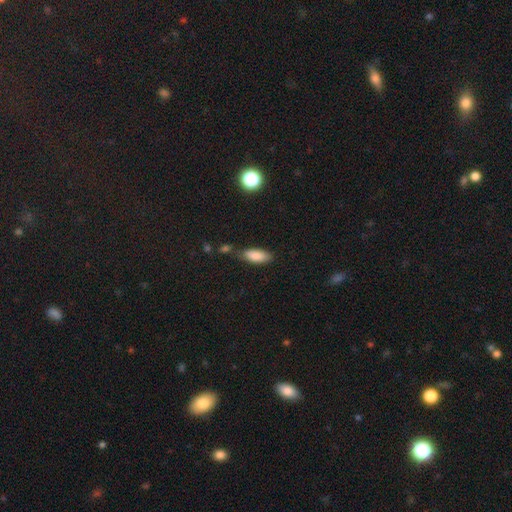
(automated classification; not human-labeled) Morphology: type=smooth (85%); roundness=in between (79%); merging=none (63%).